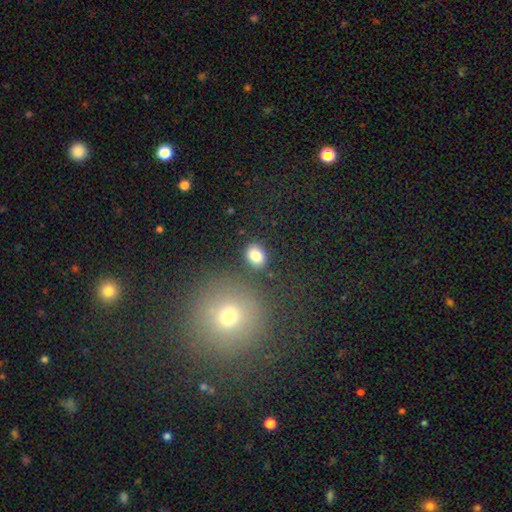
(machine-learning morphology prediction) smooth_or_featured: smooth (p=0.82) [alt: star or artifact p=0.11]
how_rounded: in between (p=0.58) [alt: round p=0.41]
merging: none (p=0.82) [alt: minor disturbance p=0.09]